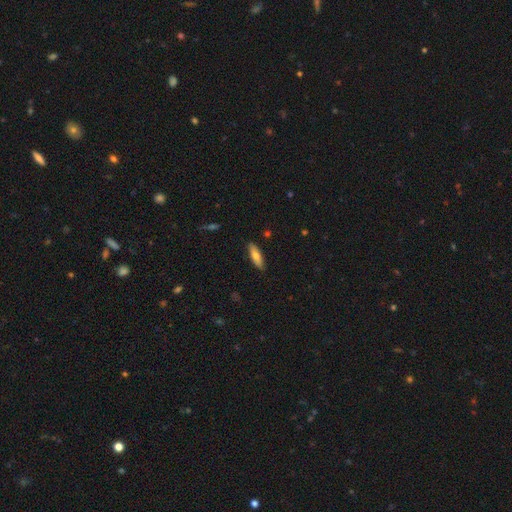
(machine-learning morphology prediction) Smooth or featured?
  - smooth: 70% *
  - featured or disk: 24%
  - star or artifact: 6%
How rounded?
  - cigar-shaped: 51% *
  - in between: 47%
  - round: 2%
Merging?
  - none: 87% *
  - minor disturbance: 10%
  - major disturbance: 2%
  - merger: 1%